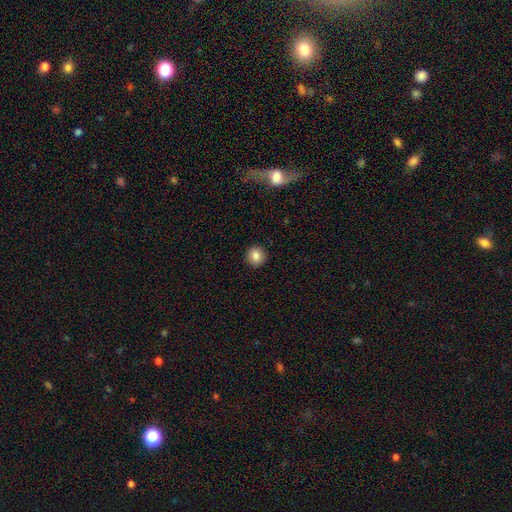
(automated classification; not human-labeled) A smooth galaxy with no disk features (85%) that is round (91%). Merging: none (92%).